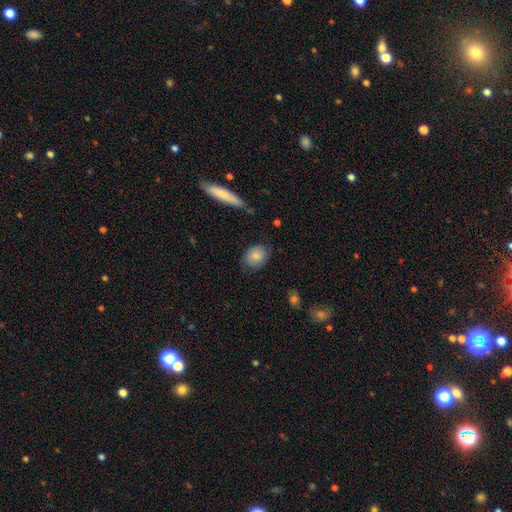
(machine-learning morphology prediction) type=smooth (82%); roundness=in between (56%); merging=none (78%).